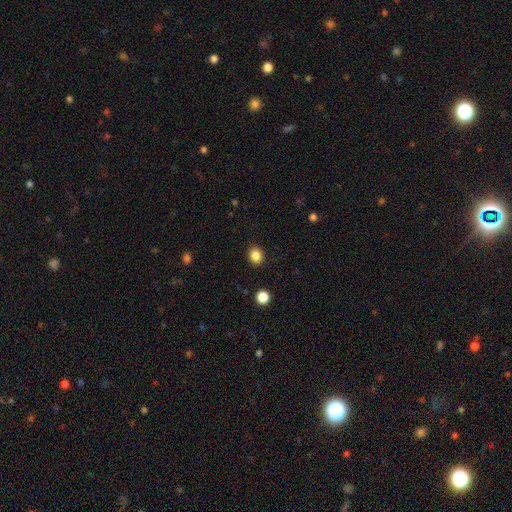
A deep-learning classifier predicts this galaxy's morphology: This is clearly a smooth galaxy (85%). How rounded: likely round (68%). Merging: clearly none (90%).